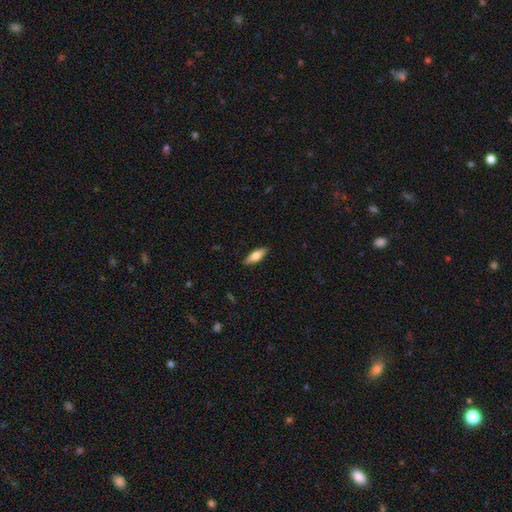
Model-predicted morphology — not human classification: A smooth galaxy with no disk features (70%) that is in between round and cigar-shaped (59%).

Vote fractions:
- Smooth or featured? smooth: 70% / featured or disk: 24% / star or artifact: 6%
- How rounded? in between: 59% / cigar-shaped: 39% / round: 2%
- Merging? none: 89% / minor disturbance: 8% / major disturbance: 2% / merger: 1%